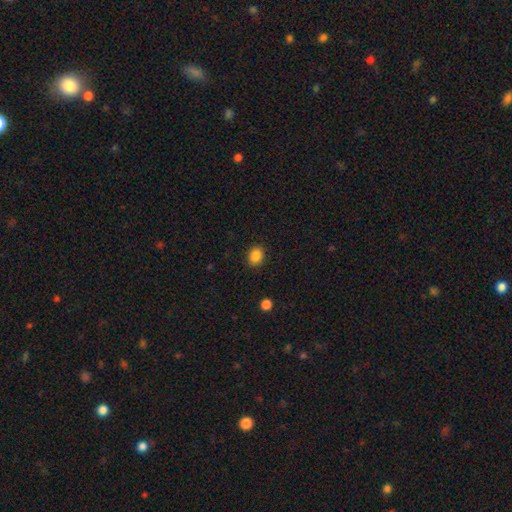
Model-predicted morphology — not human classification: This appears to be a smooth galaxy with no disk features (86%) that is in between round and cigar-shaped (53%). Merging: none (88%).